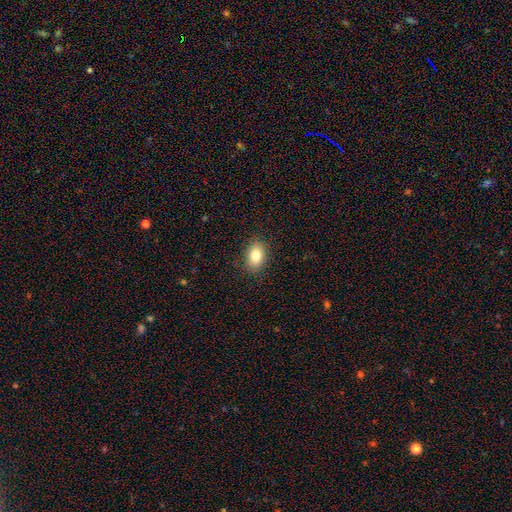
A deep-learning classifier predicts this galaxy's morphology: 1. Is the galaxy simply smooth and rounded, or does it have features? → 82% smooth, 9% featured or disk, 9% star or artifact.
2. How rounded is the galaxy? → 84% in between, 15% round, 1% cigar-shaped.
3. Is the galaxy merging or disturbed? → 88% none, 9% minor disturbance, 2% major disturbance, 1% merger.